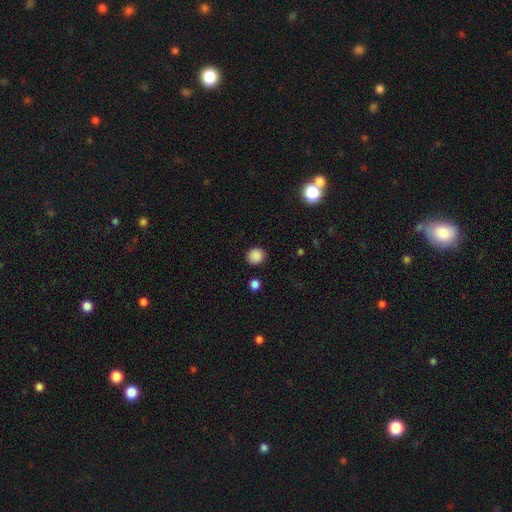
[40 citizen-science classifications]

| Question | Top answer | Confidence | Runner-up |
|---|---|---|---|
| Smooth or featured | smooth | 90% | star or artifact (8%) |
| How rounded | round | 86% | in between (14%) |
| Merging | none | 86% | major disturbance (8%) |